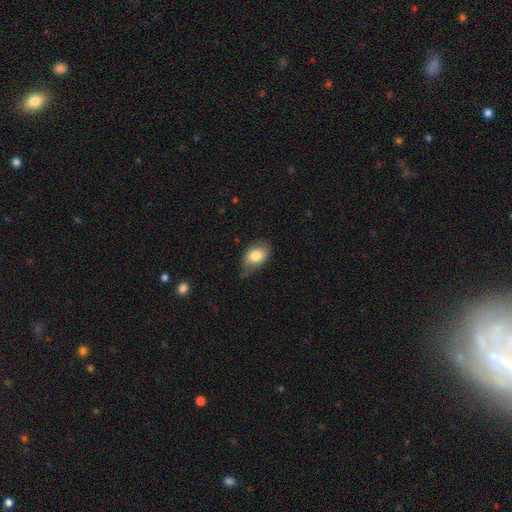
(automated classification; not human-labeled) smooth-or-featured: smooth: 76% | featured or disk: 17% | star or artifact: 7%
  how-rounded: in between: 82% | round: 17% | cigar-shaped: 1%
  merging: none: 49% | minor disturbance: 39% | major disturbance: 11% | merger: 2%